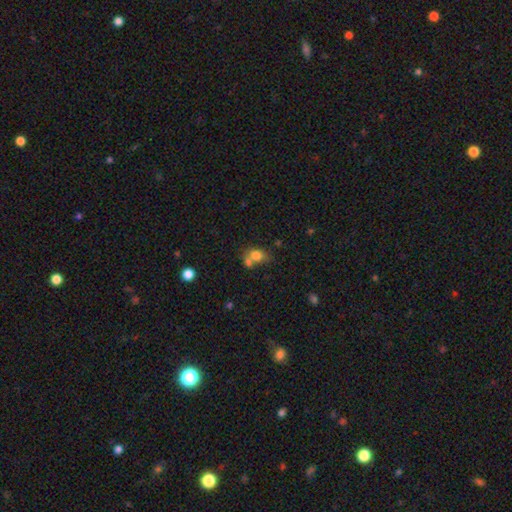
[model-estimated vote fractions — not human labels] The model was most divided on "merging": merger: 47%, none: 36%, minor disturbance: 12%, major disturbance: 6%. More confident: smooth or featured — smooth (77%); how rounded — in between (66%).